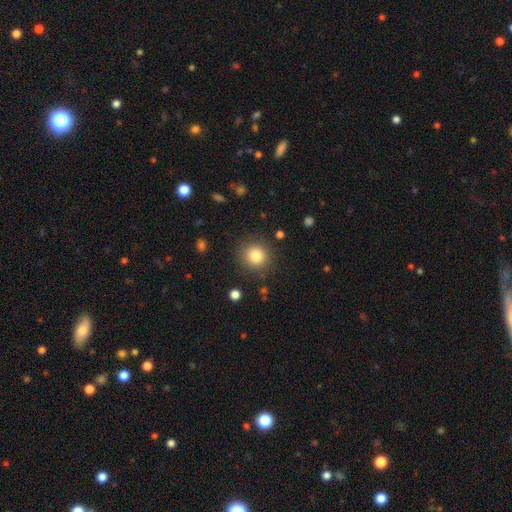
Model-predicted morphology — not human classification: This is clearly a smooth galaxy (83%). How rounded: clearly round (90%). Merging: clearly none (87%).